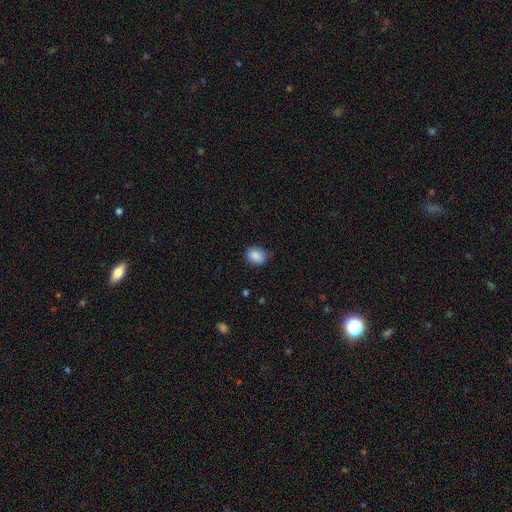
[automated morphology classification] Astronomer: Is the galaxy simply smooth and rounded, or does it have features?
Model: smooth — 86%.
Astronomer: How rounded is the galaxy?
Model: round — 55% (runner-up: in between, 44%).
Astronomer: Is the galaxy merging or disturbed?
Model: none — 73%.